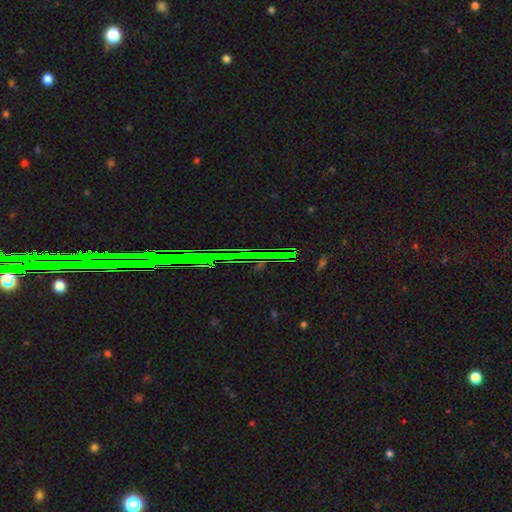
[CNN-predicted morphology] smooth-or-featured: star or artifact: 76% | featured or disk: 13% | smooth: 10%